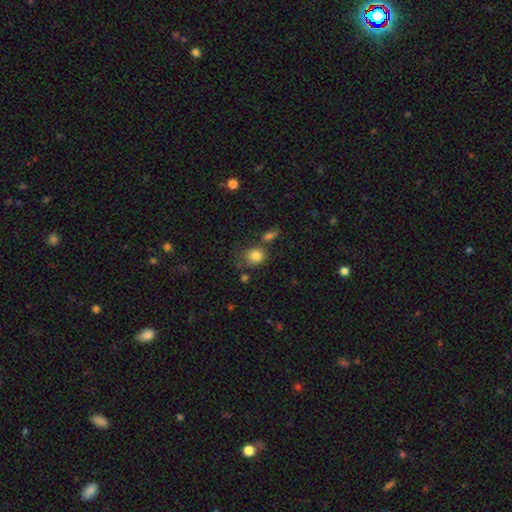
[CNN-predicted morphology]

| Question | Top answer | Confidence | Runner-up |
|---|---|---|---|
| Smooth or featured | smooth | 82% | star or artifact (11%) |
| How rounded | round | 67% | in between (32%) |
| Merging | none | 60% | minor disturbance (18%) |